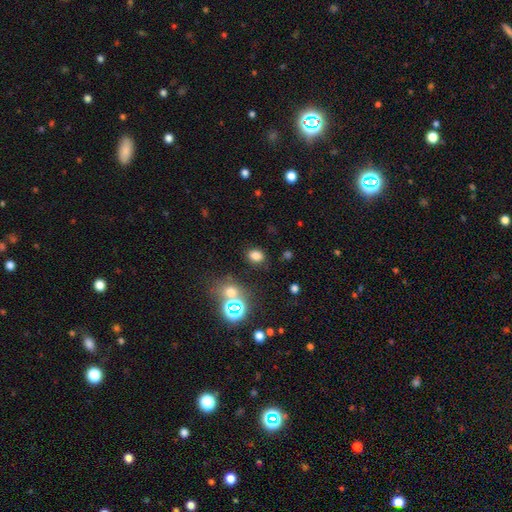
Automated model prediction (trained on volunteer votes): Overall: smooth (76%). How rounded: in between (58%; round 41%). Merging: none (82%).